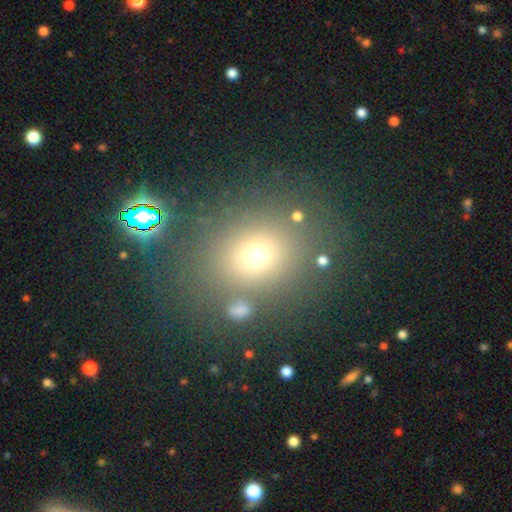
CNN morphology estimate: A smooth galaxy with no disk features (63%) that is round (70%).

Vote fractions:
- Smooth or featured? smooth: 63% / star or artifact: 26% / featured or disk: 11%
- How rounded? round: 70% / in between: 29% / cigar-shaped: 1%
- Merging? none: 76% / minor disturbance: 10% / merger: 8% / major disturbance: 5%